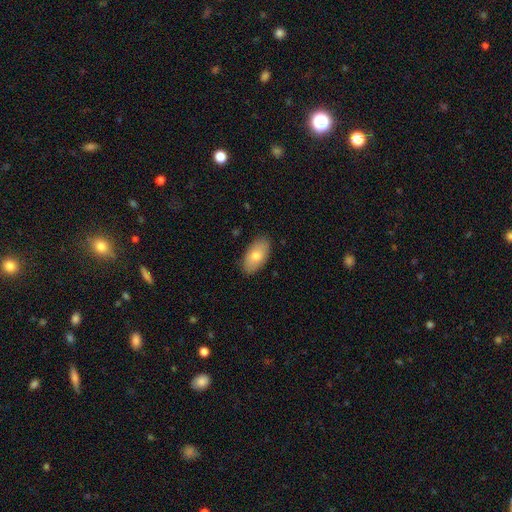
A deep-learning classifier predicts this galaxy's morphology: Smooth or featured? smooth (74%)
How rounded? in between (94%)
Merging? none (87%)